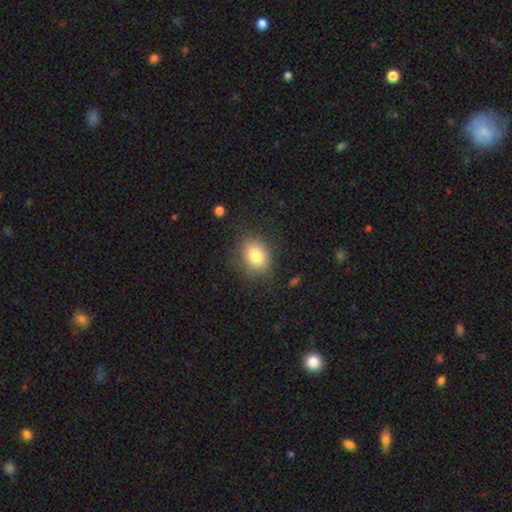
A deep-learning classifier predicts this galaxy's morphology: The model was most divided on "how rounded": in between: 56%, round: 43%, cigar-shaped: 1%. More confident: smooth or featured — smooth (80%); merging — none (79%).